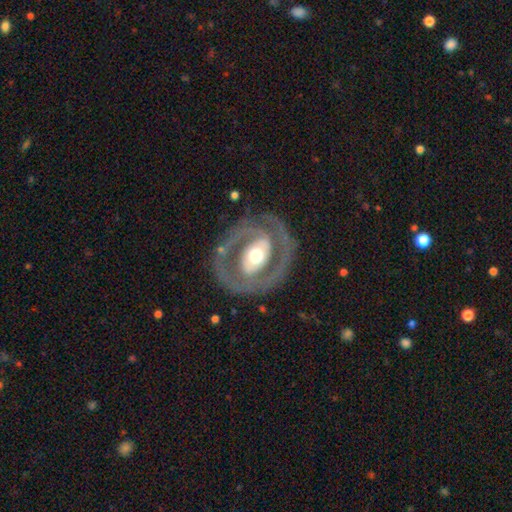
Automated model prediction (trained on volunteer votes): smooth_or_featured: featured or disk (p=0.81) [alt: smooth p=0.14]
disk_edge_on: no (p=0.96) [alt: yes p=0.04]
bar: no (p=0.50) [alt: weak p=0.26]
has_spiral_arms: yes (p=0.68) [alt: no p=0.32]
spiral_winding: tight (p=0.49) [alt: medium p=0.38]
spiral_arm_count: 2 (p=0.78) [alt: can't tell p=0.10]
bulge_size: moderate (p=0.59) [alt: large p=0.31]
merging: none (p=0.78) [alt: minor disturbance p=0.12]